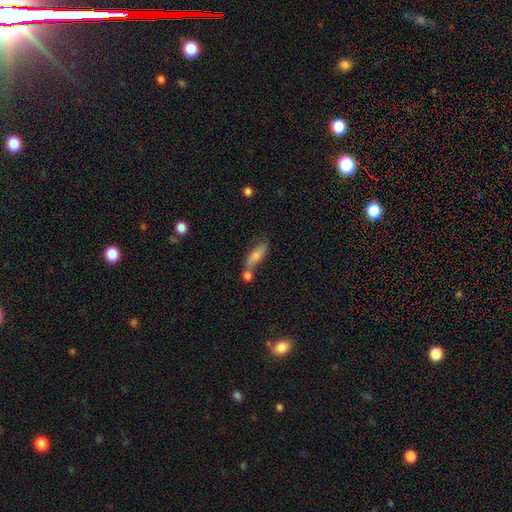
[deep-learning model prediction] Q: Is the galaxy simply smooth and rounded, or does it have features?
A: smooth — 76%.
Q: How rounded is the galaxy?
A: in between — 62%.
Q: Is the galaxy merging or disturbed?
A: merger — 42%.